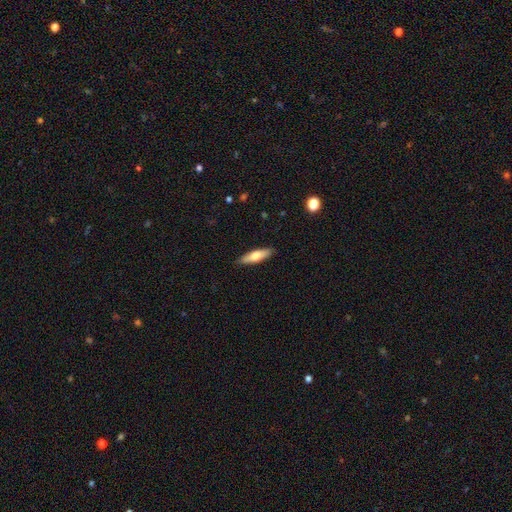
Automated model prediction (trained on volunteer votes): Q: Smooth or featured?
A: smooth (67%); runner-up: featured or disk (28%)
Q: How rounded?
A: cigar-shaped (62%); runner-up: in between (37%)
Q: Merging?
A: none (89%); runner-up: minor disturbance (9%)